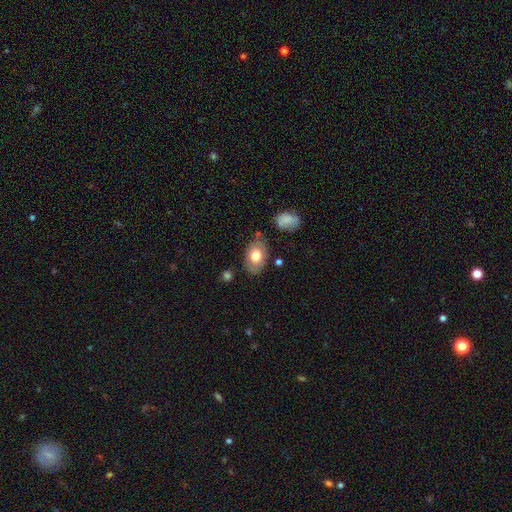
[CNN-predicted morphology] The model was most divided on "smooth or featured": smooth: 72%, featured or disk: 22%, star or artifact: 7%. More confident: how rounded — in between (88%); merging — none (75%).